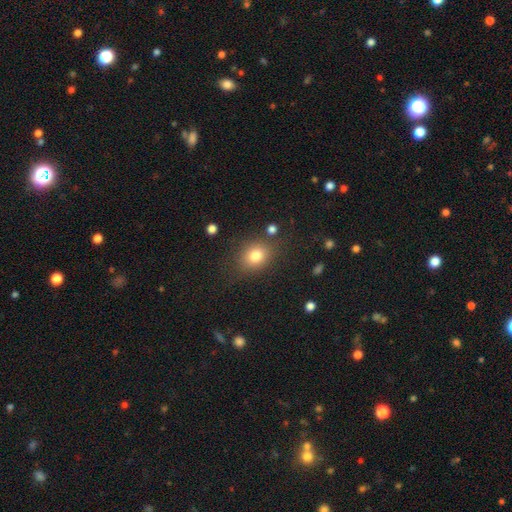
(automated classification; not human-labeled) A smooth galaxy with no disk features (79%) that is round (57%). Merging: none (78%).